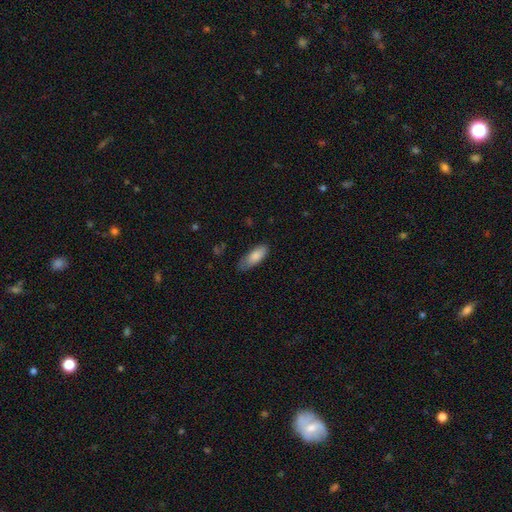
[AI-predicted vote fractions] This is clearly a smooth galaxy (83%). How rounded: likely in between (75%). Merging: likely none (69%).